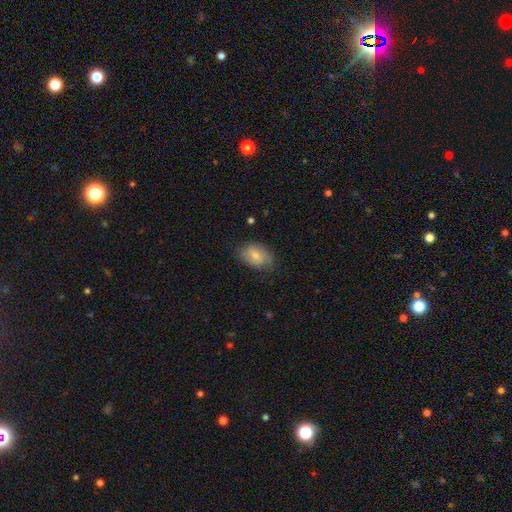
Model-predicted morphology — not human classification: Smooth or featured: smooth — 66% (featured or disk — 27%)
How rounded: in between — 86% (round — 12%)
Merging: none — 67% (minor disturbance — 25%)